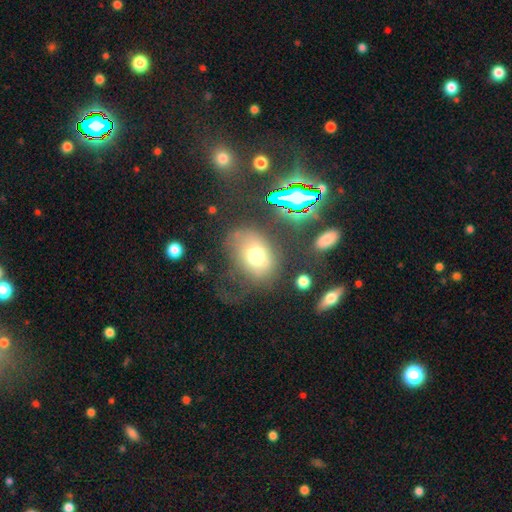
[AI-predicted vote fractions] The model was most divided on "merging": none: 48%, major disturbance: 26%, minor disturbance: 22%, merger: 5%. More confident: how rounded — in between (65%); smooth or featured — smooth (63%).